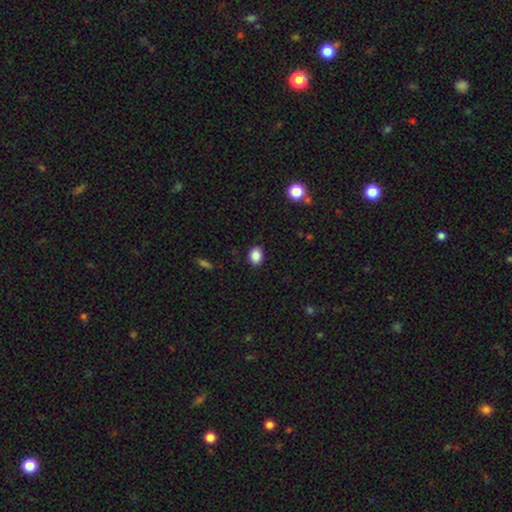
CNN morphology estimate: A smooth galaxy with no disk features (88%) that is in between round and cigar-shaped (60%). Merging: none (87%).